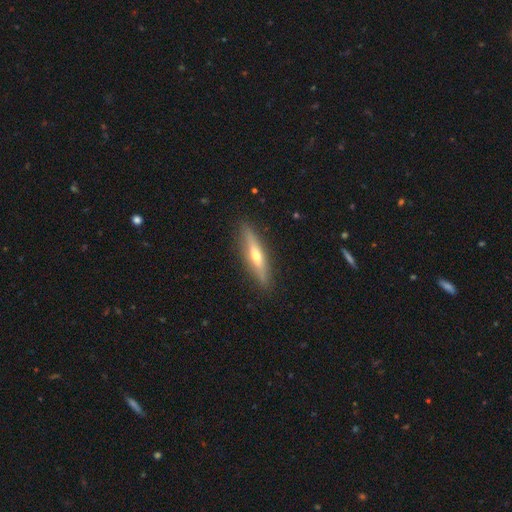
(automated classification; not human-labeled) Morphology: type=featured or disk (59%); edge-on=yes (92%); edge-on bulge=rounded (88%); merging=none (89%).